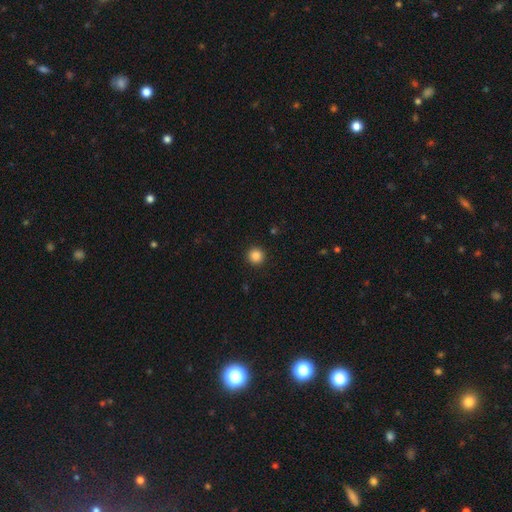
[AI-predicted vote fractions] Overall: smooth (86%). How rounded: round (95%). Merging: none (93%).